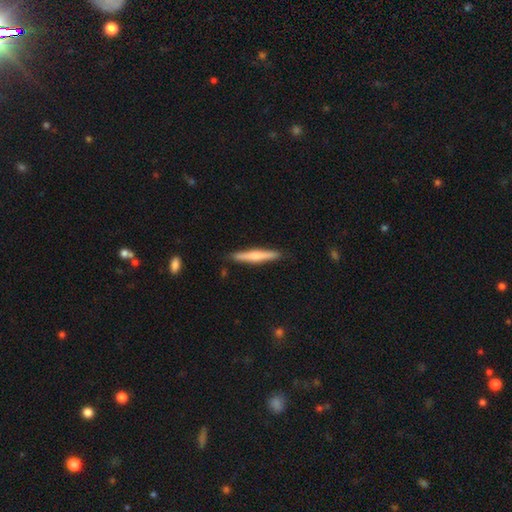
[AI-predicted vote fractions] Q: Smooth or featured?
A: smooth (49%); runner-up: featured or disk (46%)
Q: Merging?
A: none (88%); runner-up: minor disturbance (9%)